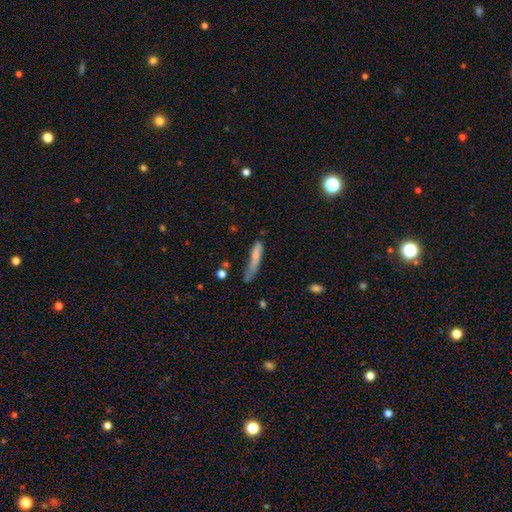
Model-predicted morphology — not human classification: A smooth galaxy with no disk features (70%) that is cigar-shaped (87%). Merging: none (39%).